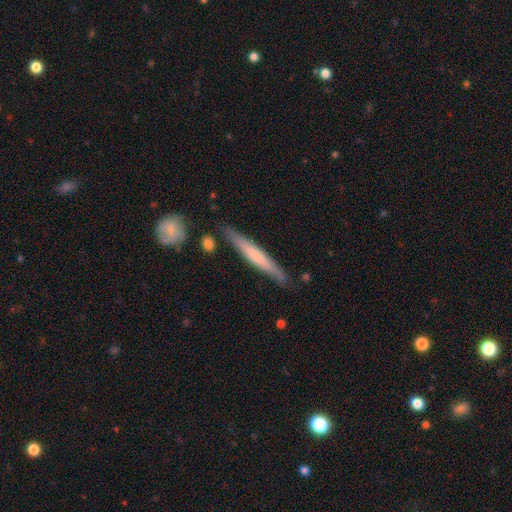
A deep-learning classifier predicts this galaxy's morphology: Smooth or featured? smooth (54%)
How rounded? cigar-shaped (94%)
Merging? none (82%)